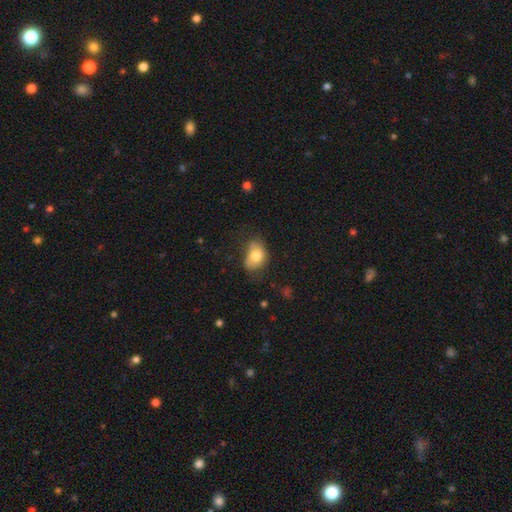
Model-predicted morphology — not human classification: smooth 77%, featured or disk 14%, star or artifact 8%. Down the decision tree: how rounded — in between (73%); merging — none (46%).